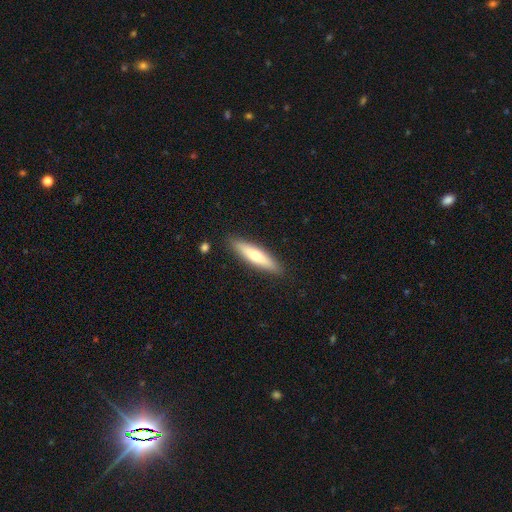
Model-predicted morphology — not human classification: Smooth or featured? smooth (60%)
How rounded? cigar-shaped (78%)
Merging? none (89%)